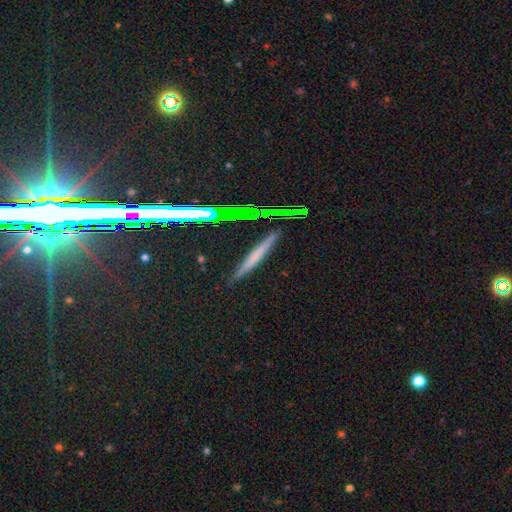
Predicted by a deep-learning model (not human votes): This is marginally a smooth galaxy (43%). Merging: clearly none (85%).